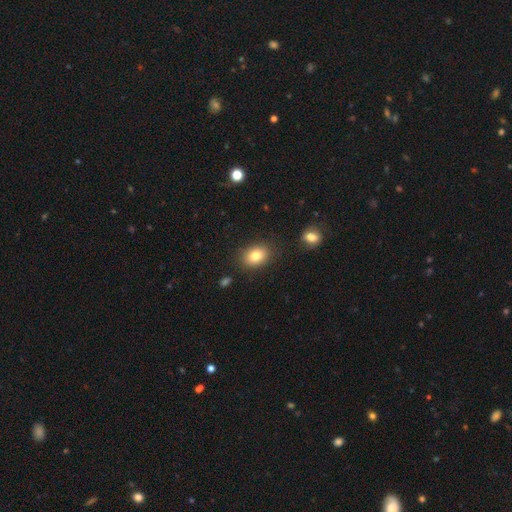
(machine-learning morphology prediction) Smooth or featured: smooth — 82% (star or artifact — 9%)
How rounded: in between — 69% (round — 30%)
Merging: none — 84% (minor disturbance — 11%)